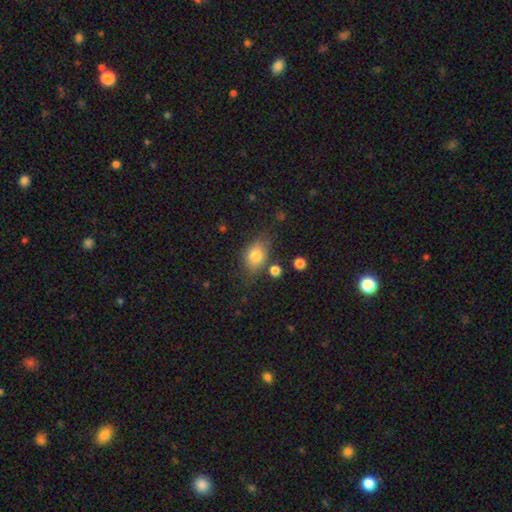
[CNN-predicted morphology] Smooth or featured?
  - smooth: 79% *
  - featured or disk: 12%
  - star or artifact: 10%
How rounded?
  - in between: 73% *
  - round: 25%
  - cigar-shaped: 2%
Merging?
  - none: 69% *
  - minor disturbance: 19%
  - merger: 6%
  - major disturbance: 6%